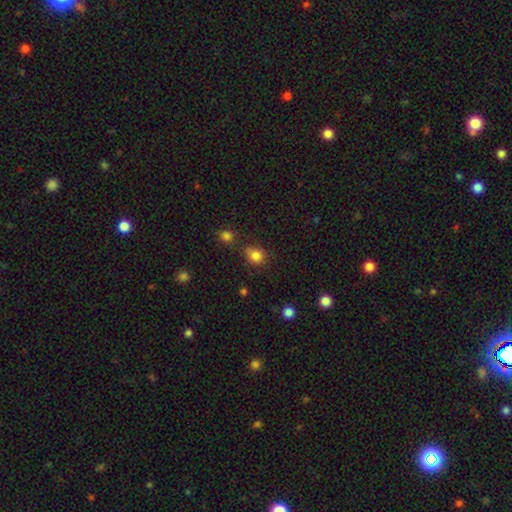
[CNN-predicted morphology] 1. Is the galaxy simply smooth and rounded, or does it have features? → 82% smooth, 13% star or artifact, 5% featured or disk.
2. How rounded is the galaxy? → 74% round, 25% in between, 1% cigar-shaped.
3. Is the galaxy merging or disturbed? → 63% none, 20% minor disturbance, 11% merger, 6% major disturbance.